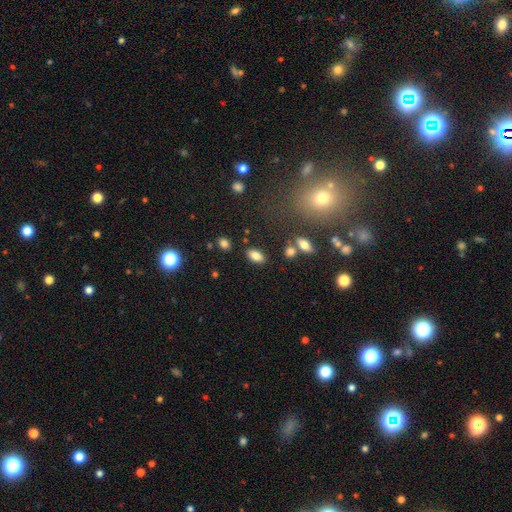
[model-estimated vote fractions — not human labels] Smooth or featured?
  - smooth: 82% *
  - star or artifact: 9%
  - featured or disk: 9%
How rounded?
  - in between: 90% *
  - round: 6%
  - cigar-shaped: 4%
Merging?
  - none: 83% *
  - minor disturbance: 10%
  - merger: 4%
  - major disturbance: 3%